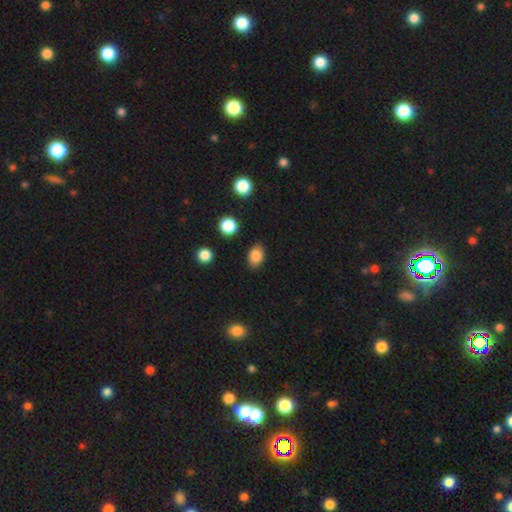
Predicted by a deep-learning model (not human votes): Smooth or featured: smooth — 84% (star or artifact — 9%)
How rounded: in between — 77% (round — 22%)
Merging: none — 84% (minor disturbance — 11%)